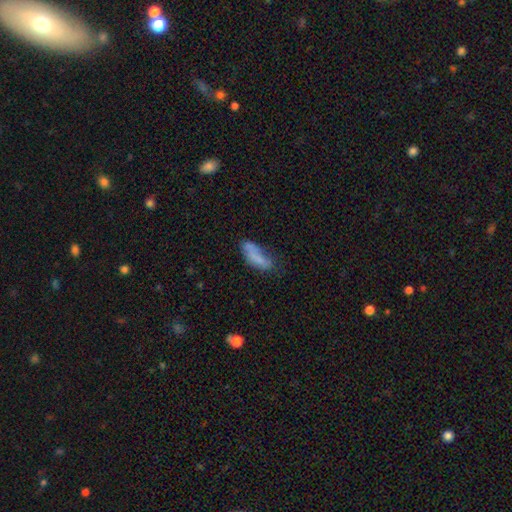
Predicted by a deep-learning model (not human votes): Smooth or featured?
  - smooth: 71% *
  - featured or disk: 20%
  - star or artifact: 9%
How rounded?
  - in between: 67% *
  - cigar-shaped: 30%
  - round: 3%
Merging?
  - none: 39% *
  - minor disturbance: 31%
  - major disturbance: 21%
  - merger: 8%